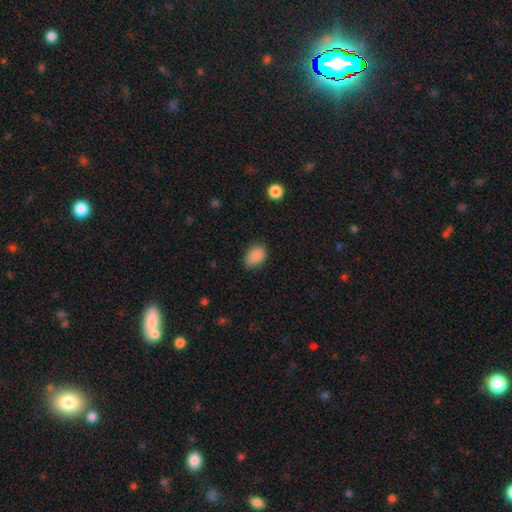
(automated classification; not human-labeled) Smooth or featured?
  - smooth: 88% *
  - star or artifact: 8%
  - featured or disk: 3%
How rounded?
  - in between: 83% *
  - round: 16%
  - cigar-shaped: 1%
Merging?
  - none: 77% *
  - minor disturbance: 18%
  - major disturbance: 3%
  - merger: 1%